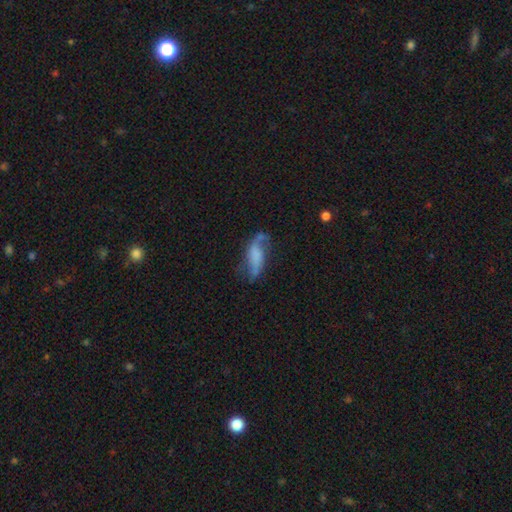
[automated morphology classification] The model was most divided on "bar": no: 54%, weak: 30%, strong: 15%. Remaining: edge-on disk — no (89%); spiral arms — yes (83%); smooth or featured — featured or disk (58%); bulge size — none (58%); merging — none (50%).